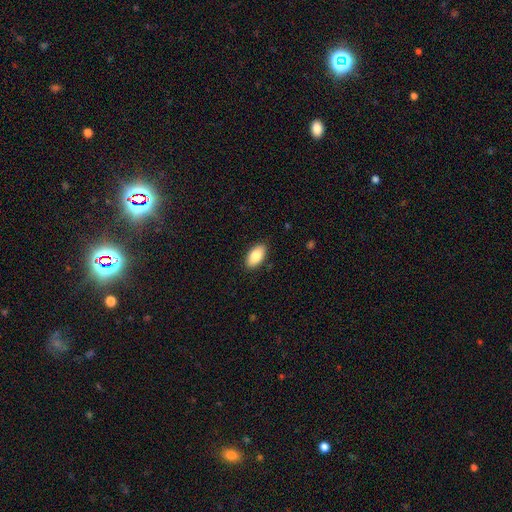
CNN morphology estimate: A smooth galaxy with no disk features (85%) that is in between round and cigar-shaped (94%).

Vote fractions:
- Smooth or featured? smooth: 85% / featured or disk: 9% / star or artifact: 7%
- How rounded? in between: 94% / cigar-shaped: 3% / round: 3%
- Merging? none: 88% / minor disturbance: 9% / major disturbance: 2% / merger: 1%